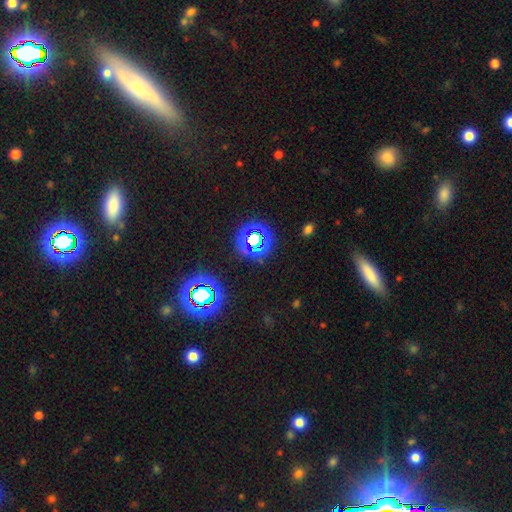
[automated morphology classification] Smooth or featured?
  - star or artifact: 47% *
  - smooth: 34%
  - featured or disk: 18%